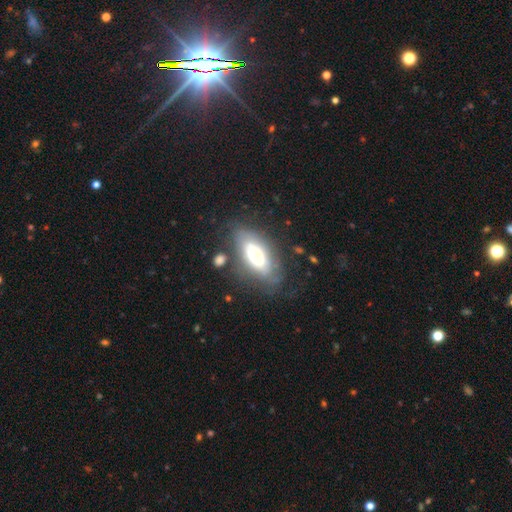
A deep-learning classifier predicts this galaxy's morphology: Overall: smooth (52%; featured or disk 41%). How rounded: in between (86%). Merging: none (64%).